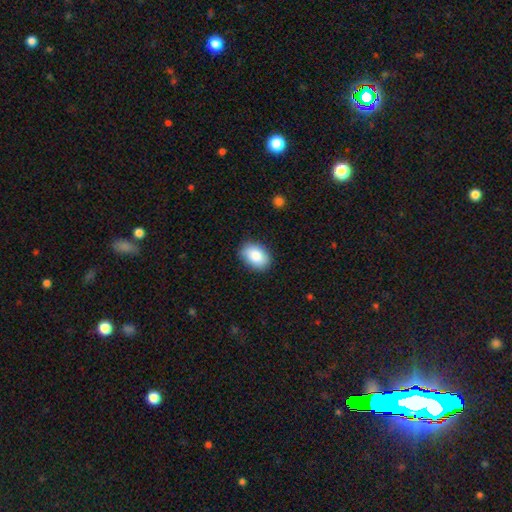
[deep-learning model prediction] This is clearly a smooth galaxy (87%). How rounded: clearly in between (82%). Merging: clearly none (85%).